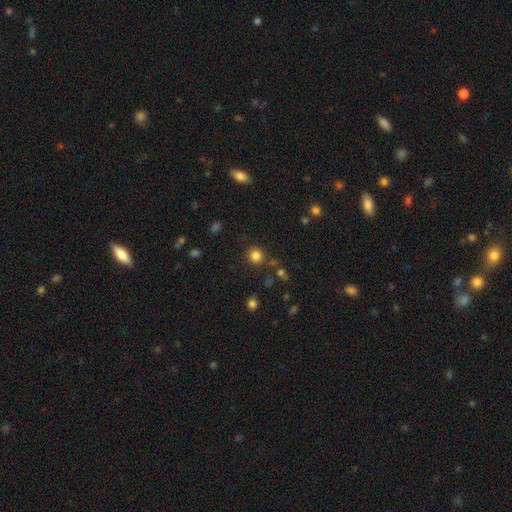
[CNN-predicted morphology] smooth 81%, star or artifact 14%, featured or disk 5%. Down the decision tree: how rounded — round (92%); merging — none (84%).